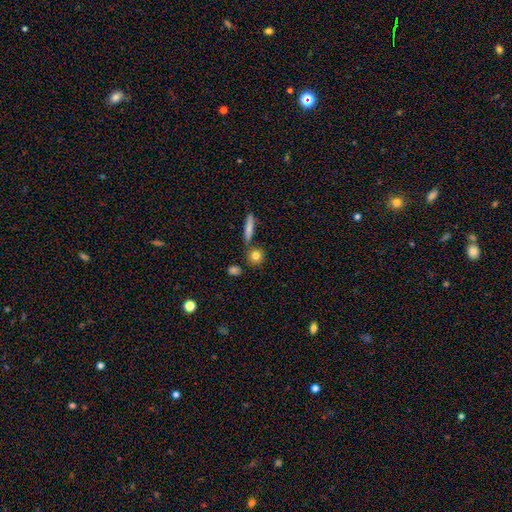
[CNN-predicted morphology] Smooth or featured? smooth (81%)
How rounded? round (82%)
Merging? none (77%)